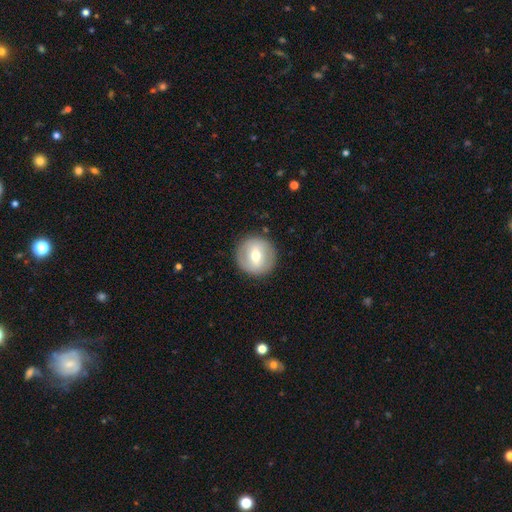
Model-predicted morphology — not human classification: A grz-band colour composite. It shows a smooth galaxy with no disk features (57%) that is round (95%). Merging: none (89%).